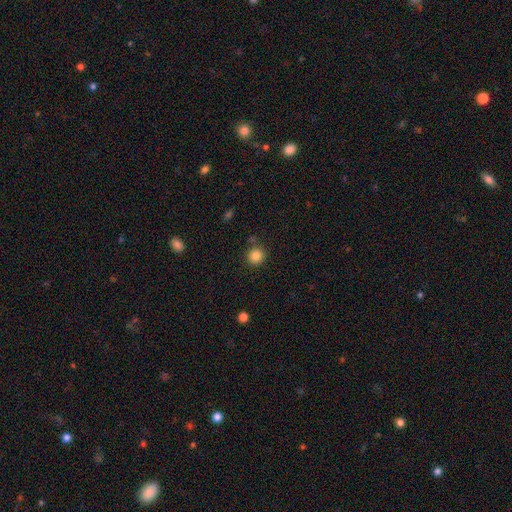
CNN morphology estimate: Smooth or featured?
  - smooth: 85% *
  - star or artifact: 11%
  - featured or disk: 5%
How rounded?
  - round: 91% *
  - in between: 8%
  - cigar-shaped: 1%
Merging?
  - none: 85% *
  - minor disturbance: 8%
  - merger: 4%
  - major disturbance: 3%